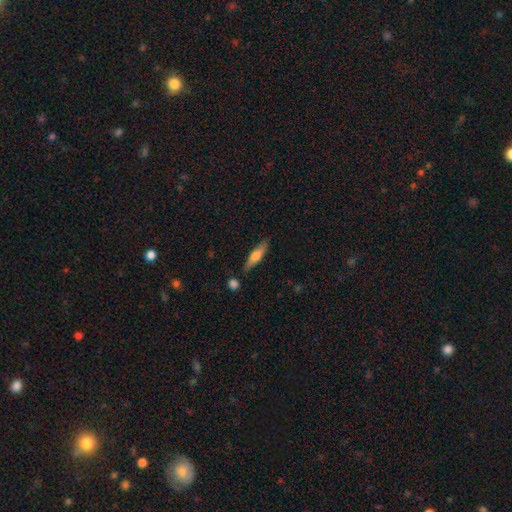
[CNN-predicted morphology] smooth-or-featured: smooth: 61% | featured or disk: 33% | star or artifact: 6%
  how-rounded: cigar-shaped: 72% | in between: 26% | round: 2%
  merging: none: 81% | minor disturbance: 12% | merger: 4% | major disturbance: 3%